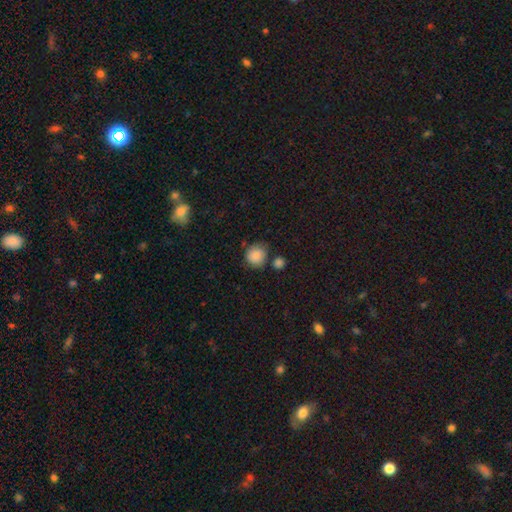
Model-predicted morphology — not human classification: type=smooth (86%); roundness=round (87%); merging=none (69%).